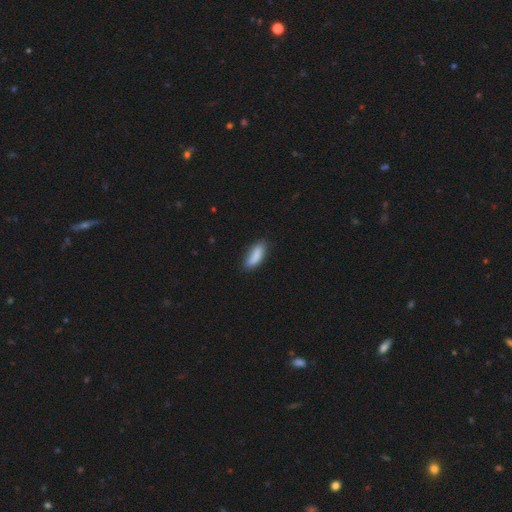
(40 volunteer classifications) Smooth or featured: smooth — 88% (star or artifact — 8%)
How rounded: cigar-shaped — 51% (in between — 49%)
Merging: none — 51% (minor disturbance — 38%)